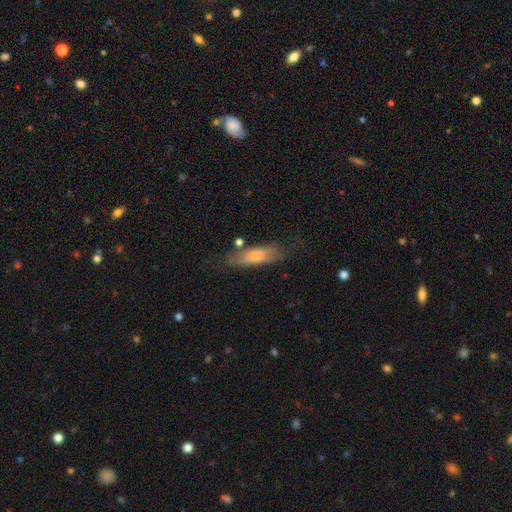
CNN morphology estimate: A smooth galaxy with no disk features (67%) that is cigar-shaped (50%). Merging: none (56%).